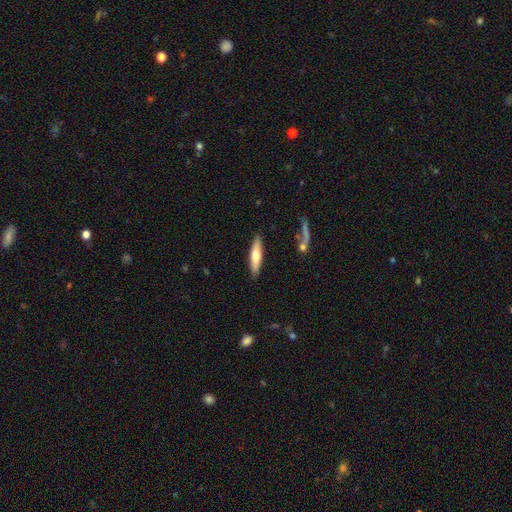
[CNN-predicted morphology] Overall: smooth (60%; featured or disk 34%). How rounded: cigar-shaped (77%). Merging: none (87%).